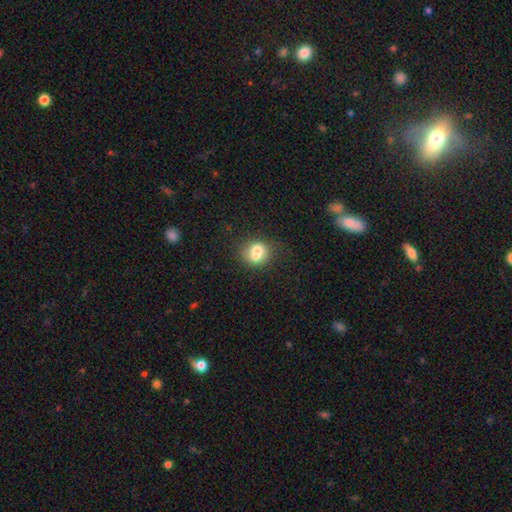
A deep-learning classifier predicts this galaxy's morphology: The model was most divided on "merging": merger: 44%, none: 41%, minor disturbance: 11%, major disturbance: 4%. More confident: how rounded — round (71%); smooth or featured — smooth (69%).